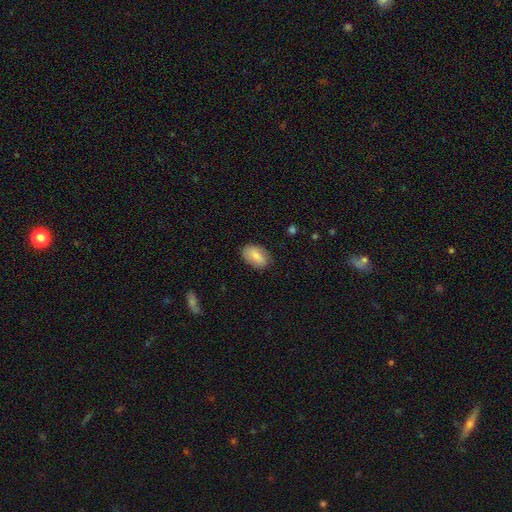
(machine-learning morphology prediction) smooth_or_featured: smooth (p=0.82) [alt: featured or disk p=0.12]
how_rounded: in between (p=0.92) [alt: round p=0.07]
merging: none (p=0.80) [alt: minor disturbance p=0.16]